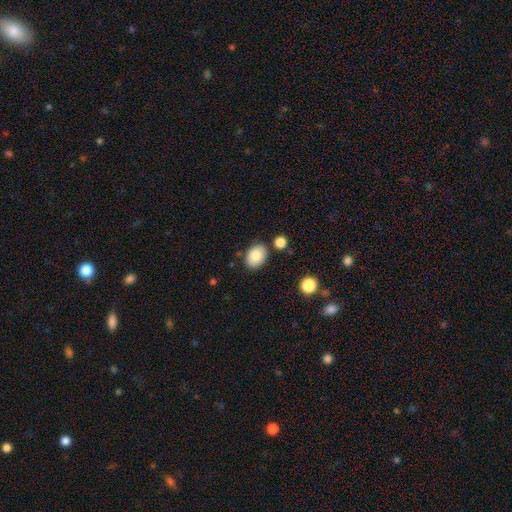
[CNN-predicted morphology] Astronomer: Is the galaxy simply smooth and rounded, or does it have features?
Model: smooth — 81%.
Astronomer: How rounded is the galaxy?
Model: in between — 81%.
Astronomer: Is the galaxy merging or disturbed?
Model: none — 82%.